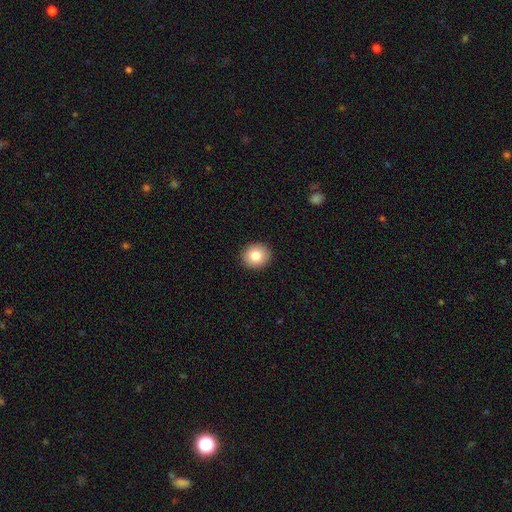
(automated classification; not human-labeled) Smooth or featured? smooth (82%)
How rounded? round (84%)
Merging? none (92%)